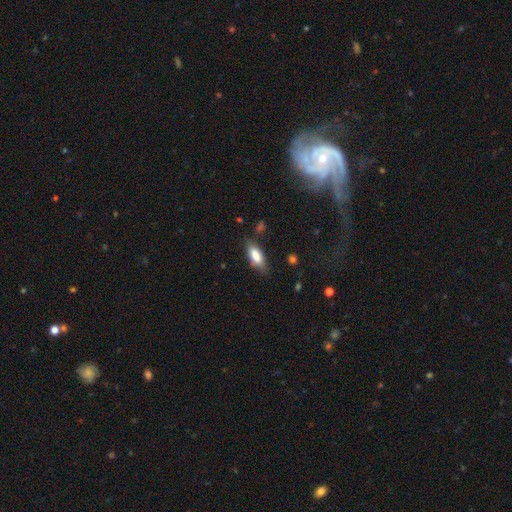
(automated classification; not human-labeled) This is clearly a smooth galaxy (81%). How rounded: likely in between (76%). Merging: likely none (74%).